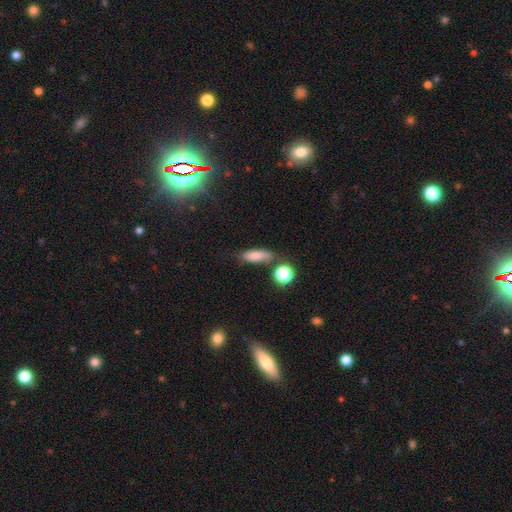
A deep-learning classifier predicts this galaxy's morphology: smooth 79%, star or artifact 11%, featured or disk 10%. Down the decision tree: how rounded — in between (57%); merging — none (71%).